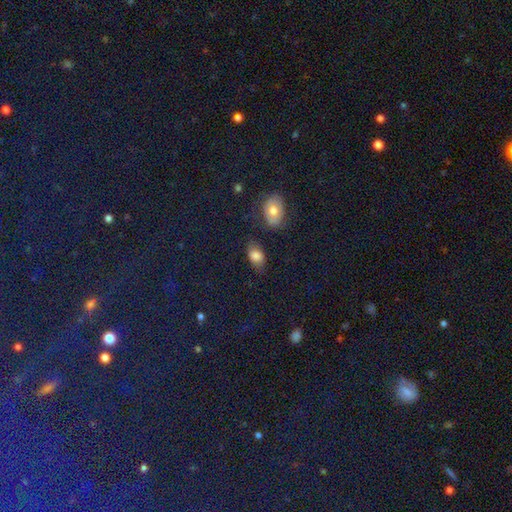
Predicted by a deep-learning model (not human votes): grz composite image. It shows a smooth galaxy with no disk features (78%) that is in between round and cigar-shaped (90%). Merging: none (73%).